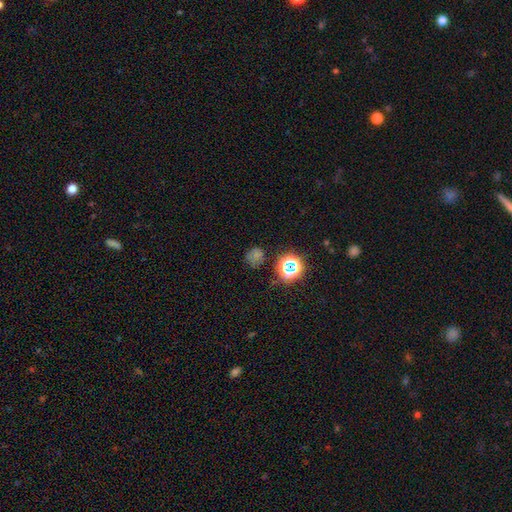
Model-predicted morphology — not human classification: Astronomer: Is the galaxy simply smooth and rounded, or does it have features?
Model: smooth — 60%.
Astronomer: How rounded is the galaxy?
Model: round — 80%.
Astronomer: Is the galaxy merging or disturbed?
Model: none — 68%.